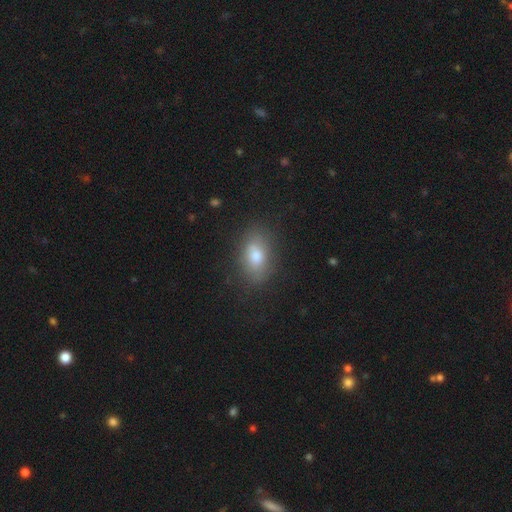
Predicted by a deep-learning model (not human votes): Smooth or featured? Predicted: smooth (p=0.74). How rounded? Predicted: in between (p=0.86). Merging? Predicted: none (p=0.80).